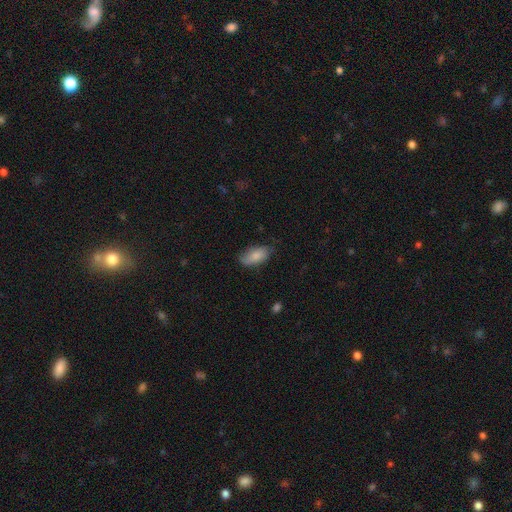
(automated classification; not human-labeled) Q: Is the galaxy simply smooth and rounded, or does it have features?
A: smooth — 81%.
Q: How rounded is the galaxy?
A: in between — 91%.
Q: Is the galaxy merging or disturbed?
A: none — 68%.